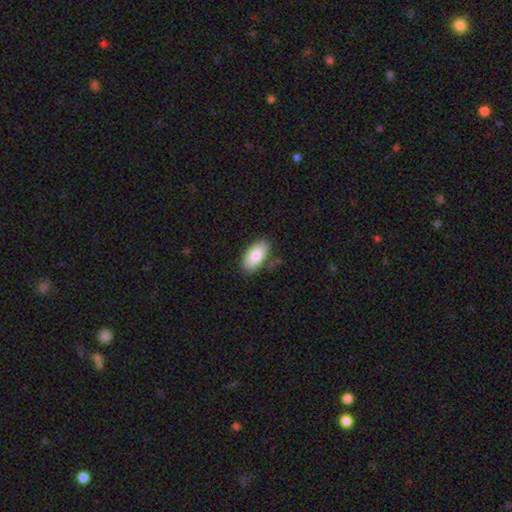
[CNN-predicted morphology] Q: Smooth or featured?
A: smooth (83%); runner-up: featured or disk (11%)
Q: How rounded?
A: in between (94%); runner-up: cigar-shaped (3%)
Q: Merging?
A: none (83%); runner-up: minor disturbance (12%)